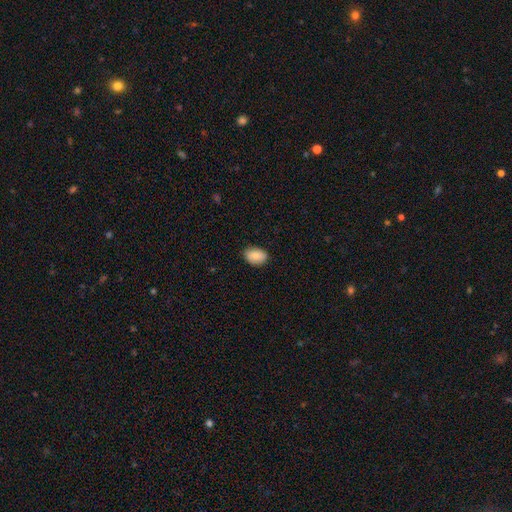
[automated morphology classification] type=smooth (83%); roundness=in between (79%); merging=none (83%).